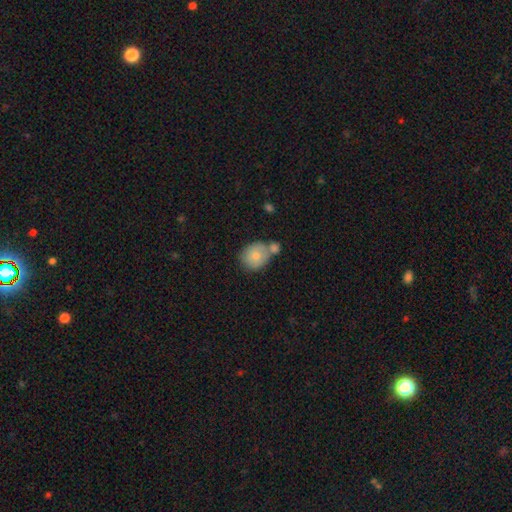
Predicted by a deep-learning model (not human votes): smooth-or-featured: smooth: 77% | featured or disk: 16% | star or artifact: 7%
  how-rounded: round: 68% | in between: 31% | cigar-shaped: 1%
  merging: none: 43% | merger: 38% | minor disturbance: 15% | major disturbance: 4%